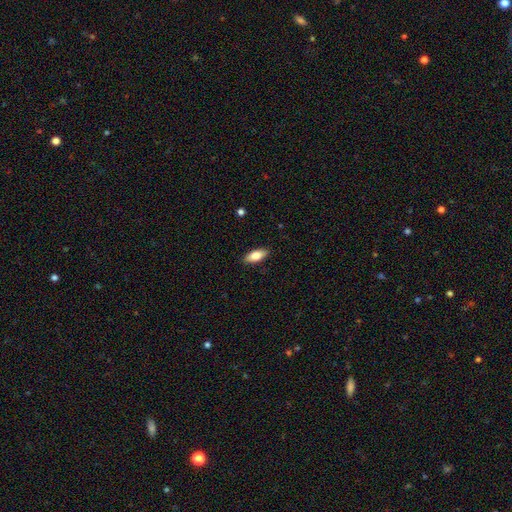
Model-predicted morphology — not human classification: Smooth or featured? smooth (78%)
How rounded? in between (83%)
Merging? none (89%)